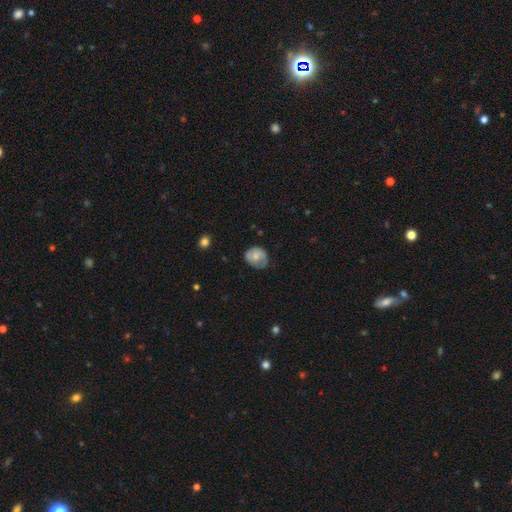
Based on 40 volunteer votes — Morphology: type=smooth (45%, tied with featured or disk); roundness=in between (56%); merging=none (53%).